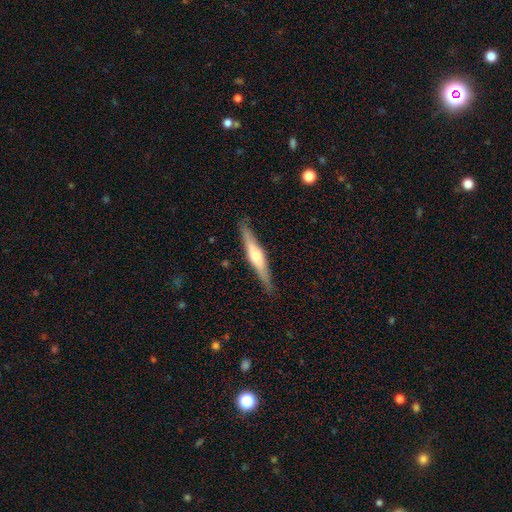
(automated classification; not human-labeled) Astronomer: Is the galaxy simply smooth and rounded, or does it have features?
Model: featured or disk — 61%.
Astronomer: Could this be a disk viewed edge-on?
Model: yes — 94%.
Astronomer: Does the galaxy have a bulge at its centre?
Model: rounded — 87%.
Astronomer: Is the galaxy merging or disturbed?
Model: none — 87%.